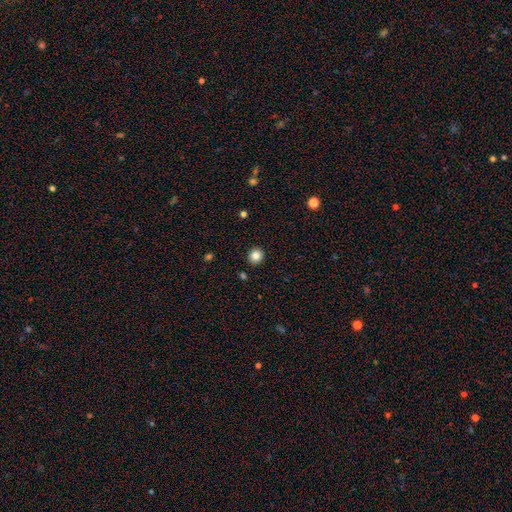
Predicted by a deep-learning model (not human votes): smooth 83%, star or artifact 11%, featured or disk 6%. Down the decision tree: how rounded — round (92%); merging — none (93%).